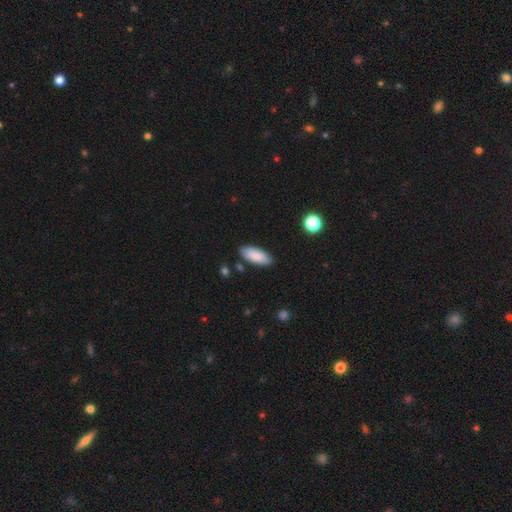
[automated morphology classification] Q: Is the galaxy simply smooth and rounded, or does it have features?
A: smooth — 86%.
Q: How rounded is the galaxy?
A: in between — 80%.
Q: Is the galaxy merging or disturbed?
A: none — 85%.